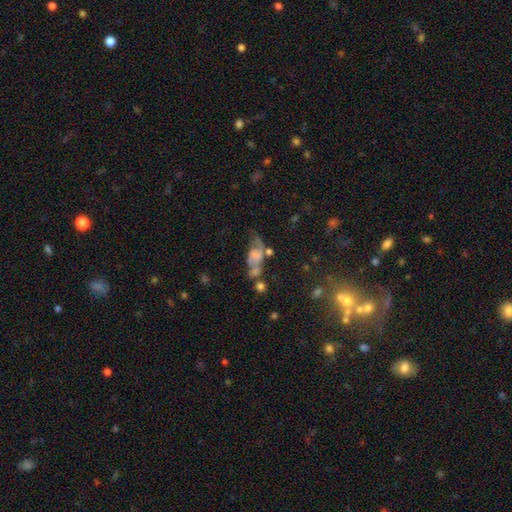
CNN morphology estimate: Smooth or featured?
  - featured or disk: 45% *
  - smooth: 42%
  - star or artifact: 13%
Merging?
  - none: 27% * (tied)
  - major disturbance: 27% * (tied)
  - merger: 24%
  - minor disturbance: 21%